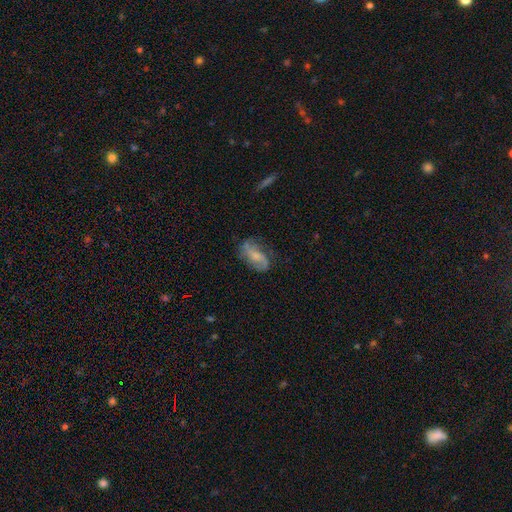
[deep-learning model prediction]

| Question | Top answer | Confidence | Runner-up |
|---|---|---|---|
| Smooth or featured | featured or disk | 62% | smooth (30%) |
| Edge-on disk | no | 95% | yes (5%) |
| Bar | no | 54% | weak (36%) |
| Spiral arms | yes | 85% | no (15%) |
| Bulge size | small | 43% | moderate (29%) |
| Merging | none | 56% | minor disturbance (25%) |